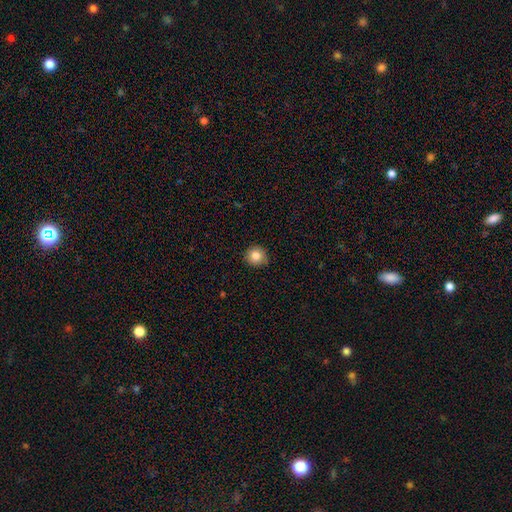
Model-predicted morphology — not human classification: This appears to be a smooth galaxy with no disk features (83%) that is round (93%). Merging: none (87%).